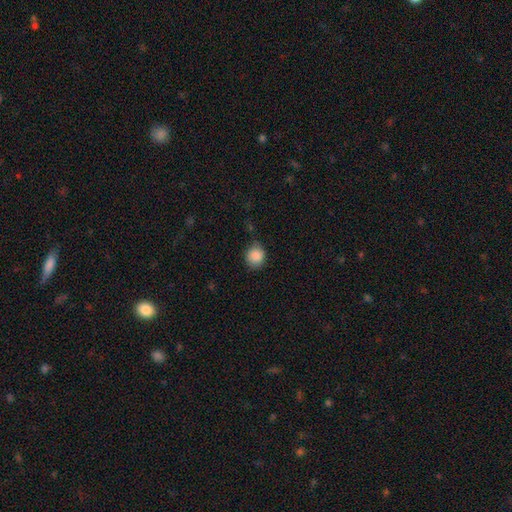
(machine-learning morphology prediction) This is clearly a smooth galaxy (88%). How rounded: clearly round (84%). Merging: likely none (75%).